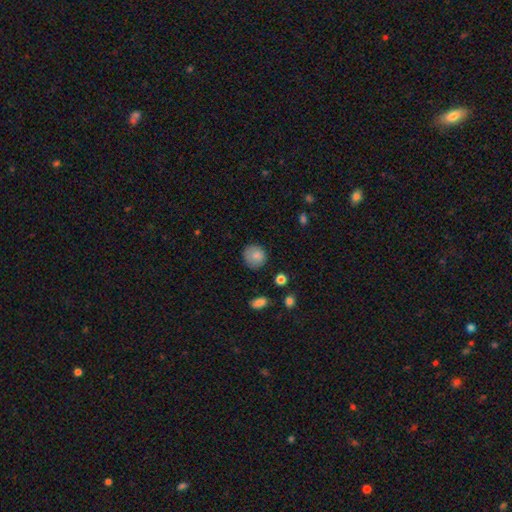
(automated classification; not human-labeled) A smooth galaxy with no disk features (83%) that is round (86%).

Vote fractions:
- Smooth or featured? smooth: 83% / star or artifact: 9% / featured or disk: 8%
- How rounded? round: 86% / in between: 13% / cigar-shaped: 1%
- Merging? none: 79% / minor disturbance: 15% / major disturbance: 4% / merger: 2%